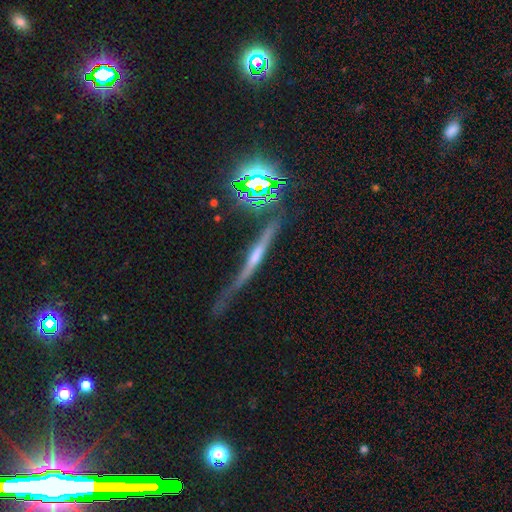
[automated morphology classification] Smooth or featured: featured or disk — 58% (smooth — 23%)
Edge-on disk: yes — 92% (no — 8%)
Edge-on bulge: rounded — 49% (none — 34%)
Merging: none — 59% (minor disturbance — 24%)